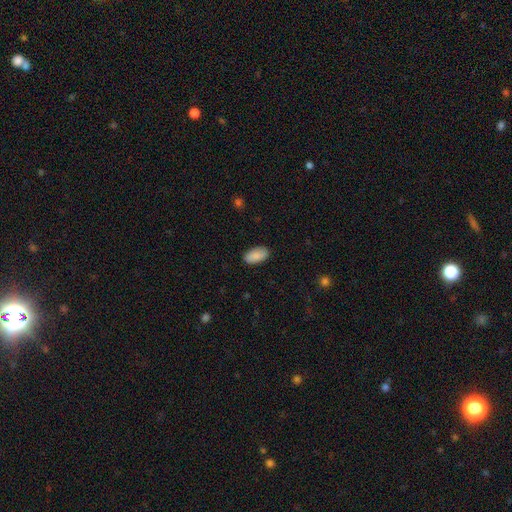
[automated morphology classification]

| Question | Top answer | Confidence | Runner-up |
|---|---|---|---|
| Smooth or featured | smooth | 88% | star or artifact (6%) |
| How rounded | in between | 95% | round (3%) |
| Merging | none | 88% | minor disturbance (9%) |